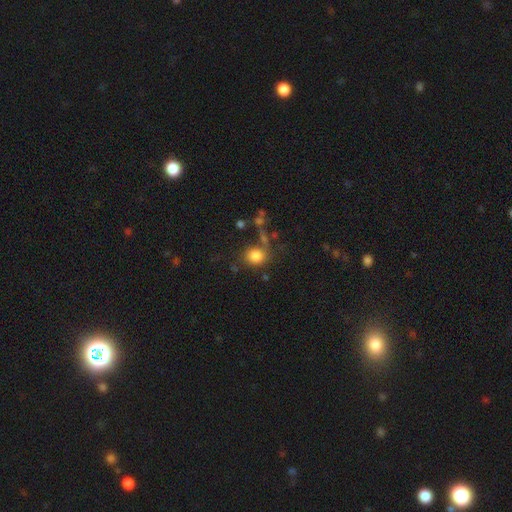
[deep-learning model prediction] Overall: smooth (81%). How rounded: round (69%; in between 29%). Merging: none (59%).